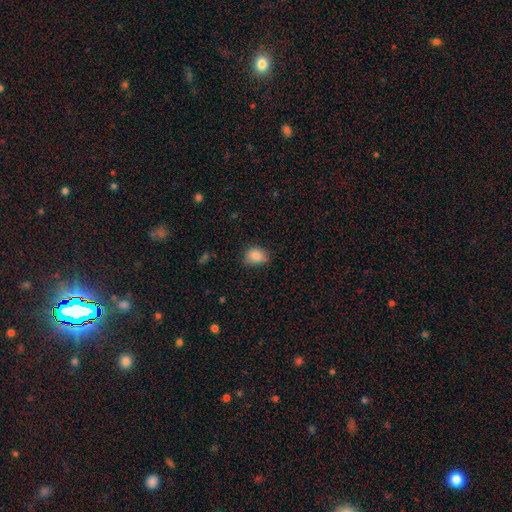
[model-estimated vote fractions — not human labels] A smooth galaxy with no disk features (85%) that is in between round and cigar-shaped (60%). Merging: none (66%).